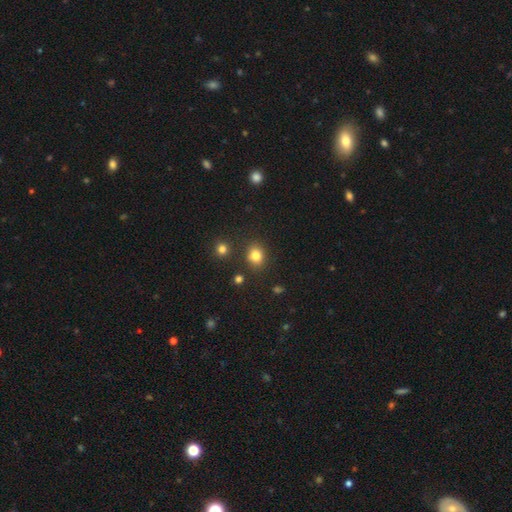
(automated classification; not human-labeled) smooth_or_featured: smooth (p=0.82) [alt: star or artifact p=0.12]
how_rounded: round (p=0.66) [alt: in between p=0.33]
merging: none (p=0.83) [alt: minor disturbance p=0.09]